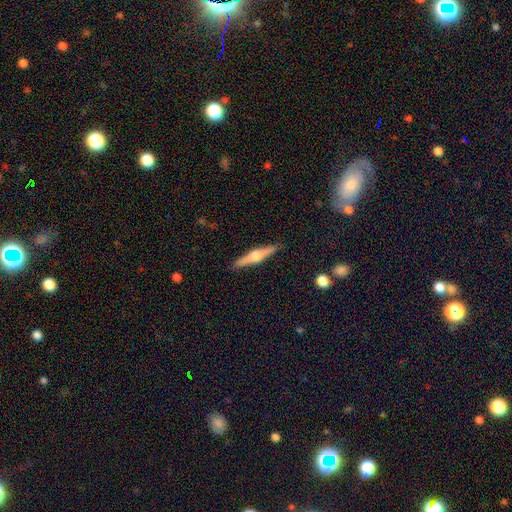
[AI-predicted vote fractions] Morphology: type=featured or disk (65%); edge-on=yes (97%); edge-on bulge=rounded (91%); merging=none (90%).